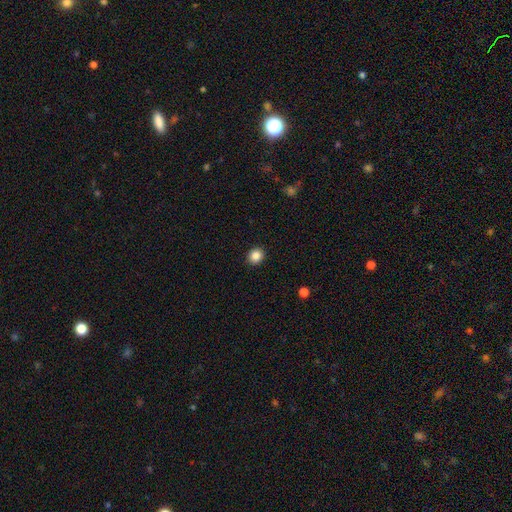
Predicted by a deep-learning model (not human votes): smooth-or-featured: smooth: 86% | star or artifact: 10% | featured or disk: 4%
  how-rounded: round: 73% | in between: 26% | cigar-shaped: 1%
  merging: none: 92% | minor disturbance: 6% | major disturbance: 2% | merger: 1%